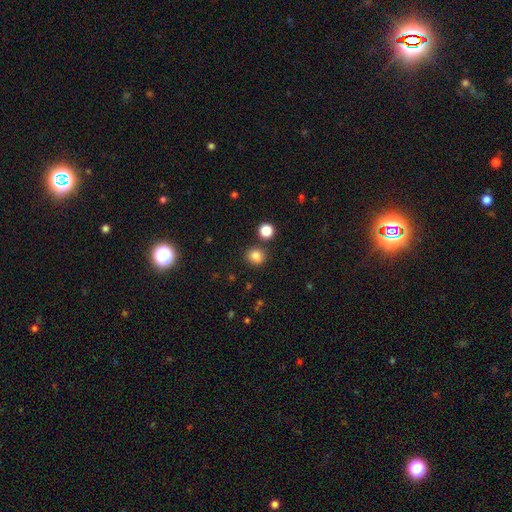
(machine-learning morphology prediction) Smooth or featured?
  - smooth: 83% *
  - star or artifact: 12%
  - featured or disk: 5%
How rounded?
  - round: 81% *
  - in between: 18%
  - cigar-shaped: 1%
Merging?
  - none: 81% *
  - minor disturbance: 9%
  - merger: 7%
  - major disturbance: 3%